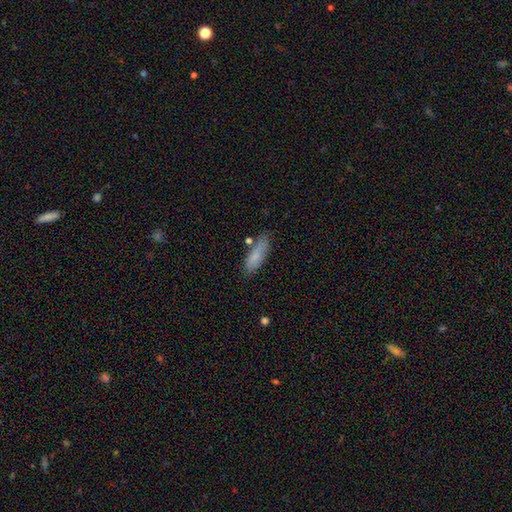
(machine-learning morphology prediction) Smooth or featured? smooth (81%)
How rounded? in between (52%)
Merging? none (73%)